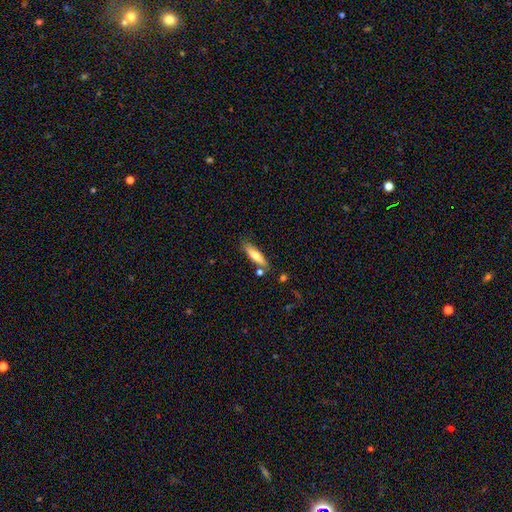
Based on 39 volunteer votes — Smooth or featured? 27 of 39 (69%) said smooth. How rounded? 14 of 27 (52%) said cigar-shaped. Merging? 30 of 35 (86%) said none.